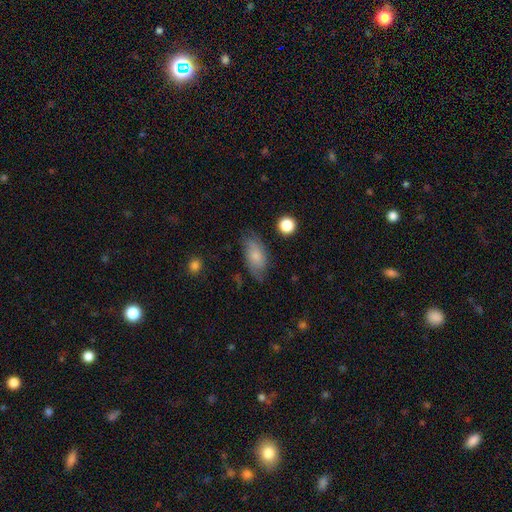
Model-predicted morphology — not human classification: Smooth or featured? Predicted: smooth (p=0.64). How rounded? Predicted: in between (p=0.89). Merging? Predicted: none (p=0.68).